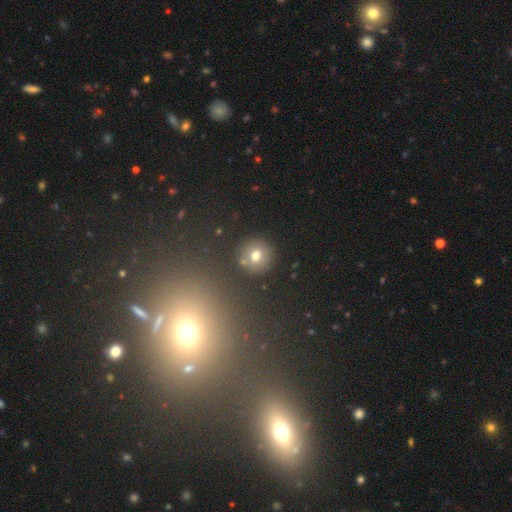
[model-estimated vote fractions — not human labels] Overall: smooth (71%). How rounded: round (91%). Merging: none (80%).